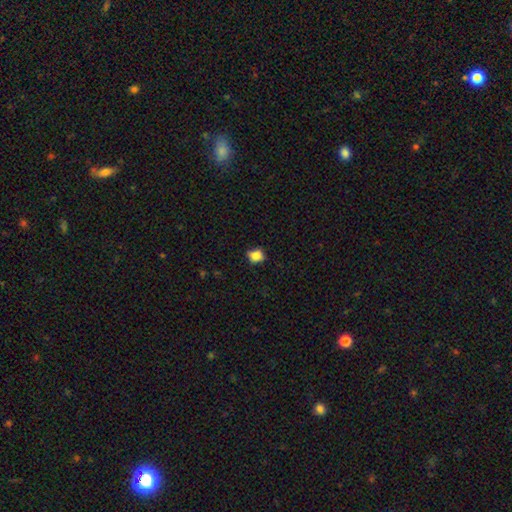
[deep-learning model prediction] Smooth or featured? smooth (82%)
How rounded? round (61%)
Merging? none (71%)